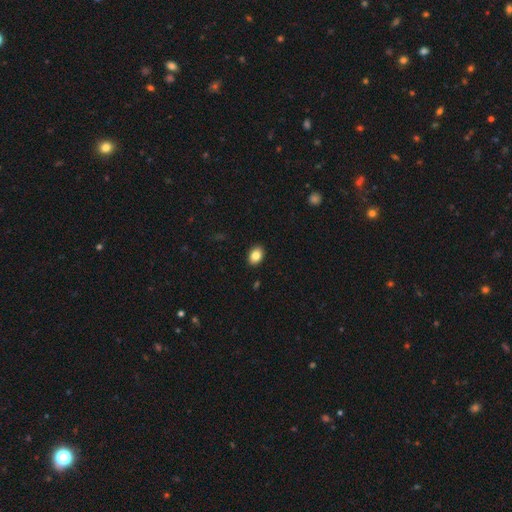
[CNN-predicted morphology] The model was most divided on "how rounded": in between: 80%, round: 18%, cigar-shaped: 1%. More confident: merging — none (90%); smooth or featured — smooth (85%).